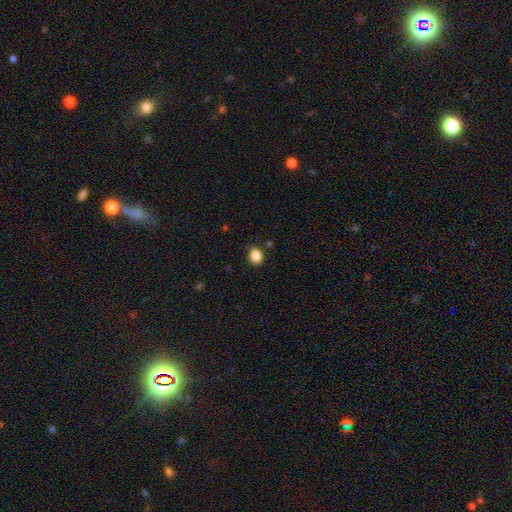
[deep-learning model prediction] A smooth galaxy with no disk features (88%) that is in between round and cigar-shaped (63%). Merging: none (87%).